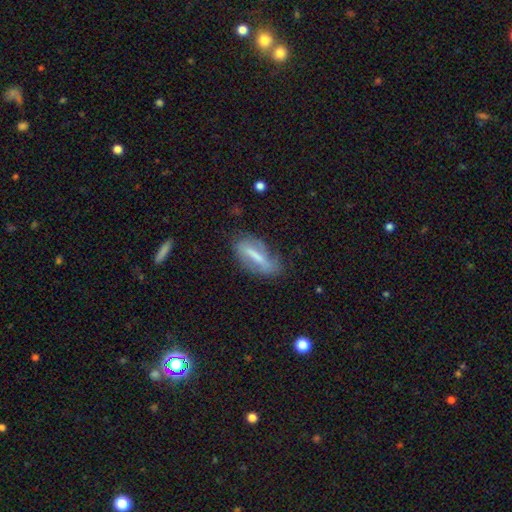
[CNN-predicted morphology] smooth 48%, featured or disk 44%, star or artifact 8%. Down the decision tree: merging — none (62%).